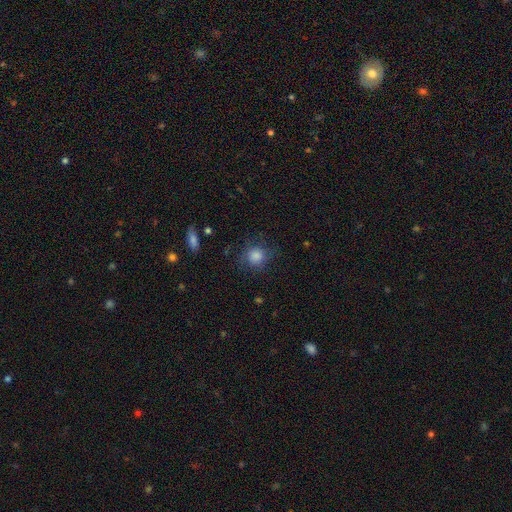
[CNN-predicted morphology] This is clearly a smooth galaxy (82%). How rounded: clearly round (85%). Merging: likely none (74%).